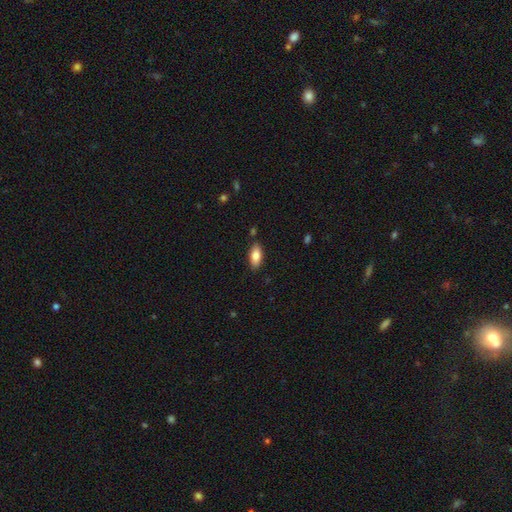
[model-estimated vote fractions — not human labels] Smooth or featured?
  - smooth: 82% *
  - featured or disk: 12%
  - star or artifact: 7%
How rounded?
  - in between: 86% *
  - cigar-shaped: 12%
  - round: 2%
Merging?
  - none: 84% *
  - minor disturbance: 11%
  - merger: 3%
  - major disturbance: 2%